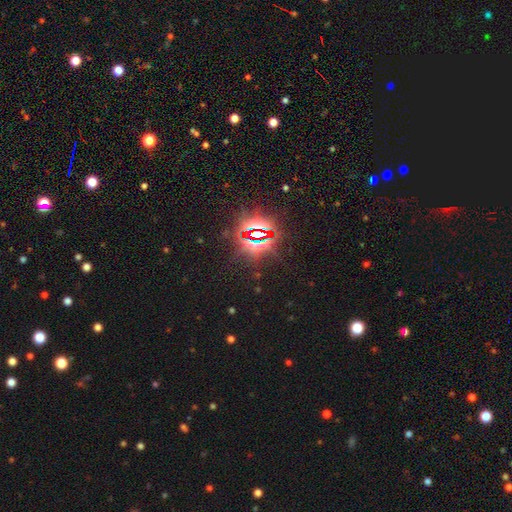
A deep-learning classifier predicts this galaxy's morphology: Smooth or featured?
  - star or artifact: 85% *
  - smooth: 9%
  - featured or disk: 6%